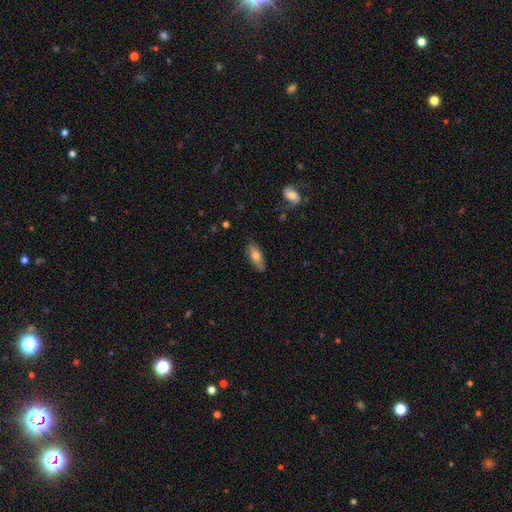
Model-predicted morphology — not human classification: type=smooth (73%); roundness=in between (74%); merging=none (81%).